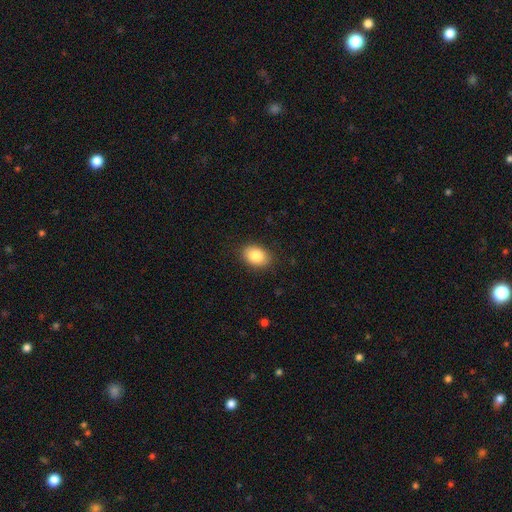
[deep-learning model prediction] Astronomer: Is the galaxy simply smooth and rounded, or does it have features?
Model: smooth — 86%.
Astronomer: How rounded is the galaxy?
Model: in between — 78%.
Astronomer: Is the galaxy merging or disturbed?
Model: none — 87%.